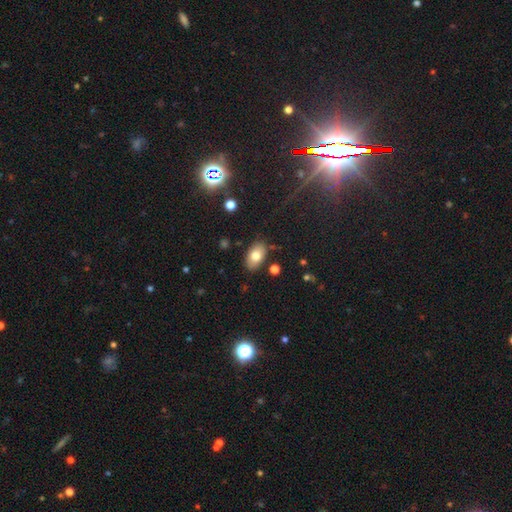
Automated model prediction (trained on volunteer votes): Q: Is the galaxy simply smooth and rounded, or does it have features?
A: smooth — 78%.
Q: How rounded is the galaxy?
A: in between — 92%.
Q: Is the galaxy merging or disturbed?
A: none — 84%.